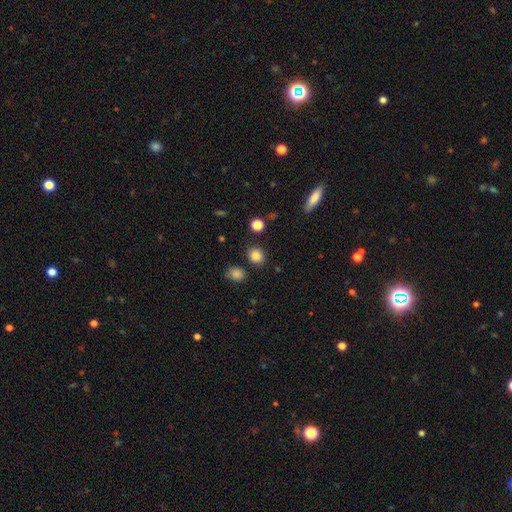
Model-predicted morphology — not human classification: Smooth or featured? Predicted: smooth (p=0.85). How rounded? Predicted: round (p=0.73). Merging? Predicted: none (p=0.84).